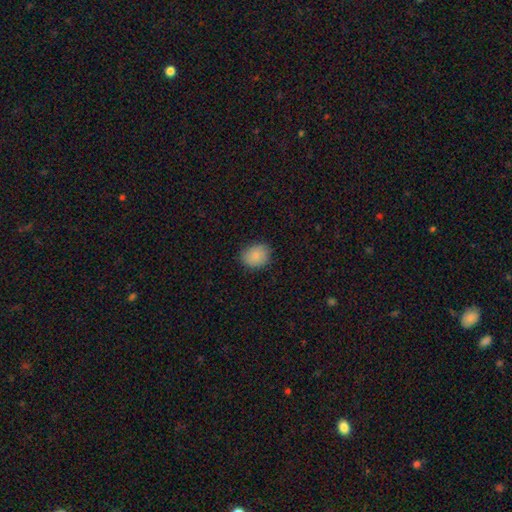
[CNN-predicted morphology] Q: Smooth or featured?
A: smooth (86%); runner-up: star or artifact (8%)
Q: How rounded?
A: round (63%); runner-up: in between (36%)
Q: Merging?
A: none (86%); runner-up: minor disturbance (11%)